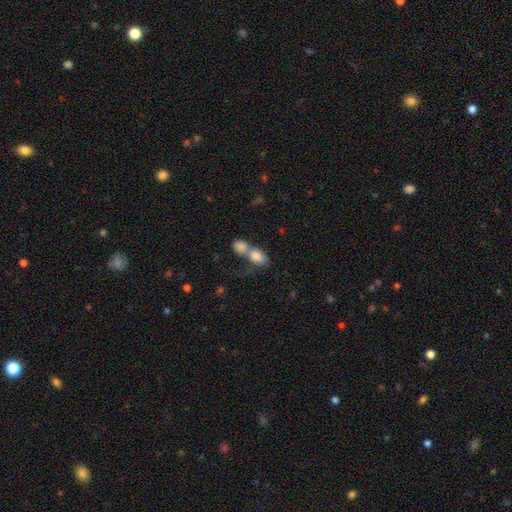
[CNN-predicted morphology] A smooth galaxy with no disk features (80%) that is in between round and cigar-shaped (81%).

Vote fractions:
- Smooth or featured? smooth: 80% / featured or disk: 12% / star or artifact: 8%
- How rounded? in between: 81% / round: 16% / cigar-shaped: 3%
- Merging? merger: 70% / none: 18% / minor disturbance: 7% / major disturbance: 5%